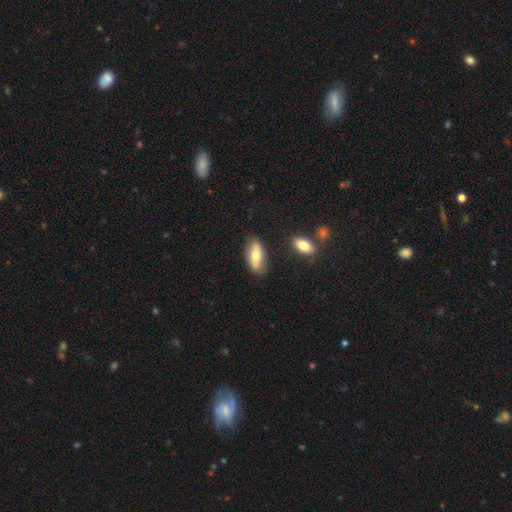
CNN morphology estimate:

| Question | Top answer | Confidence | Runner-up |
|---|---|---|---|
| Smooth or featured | smooth | 64% | featured or disk (29%) |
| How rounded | in between | 76% | cigar-shaped (21%) |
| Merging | none | 80% | minor disturbance (14%) |